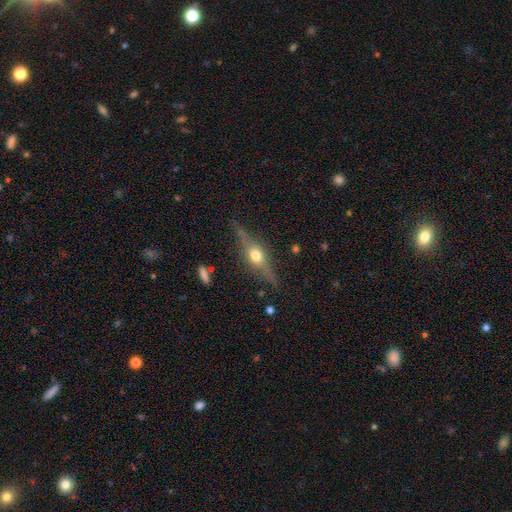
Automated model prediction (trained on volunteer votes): featured or disk 74%, smooth 19%, star or artifact 8%. Down the decision tree: edge-on disk — yes (95%); edge-on bulge — rounded (94%); merging — none (83%).